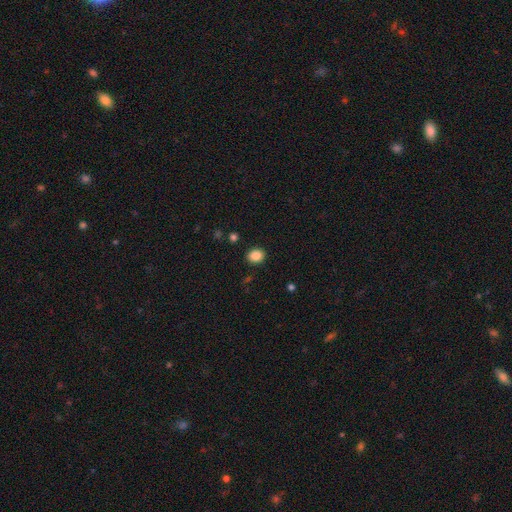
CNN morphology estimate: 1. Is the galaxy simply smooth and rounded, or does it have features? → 86% smooth, 9% star or artifact, 4% featured or disk.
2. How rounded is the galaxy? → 58% round, 41% in between, 1% cigar-shaped.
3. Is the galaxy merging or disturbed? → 89% none, 7% minor disturbance, 2% major disturbance, 1% merger.